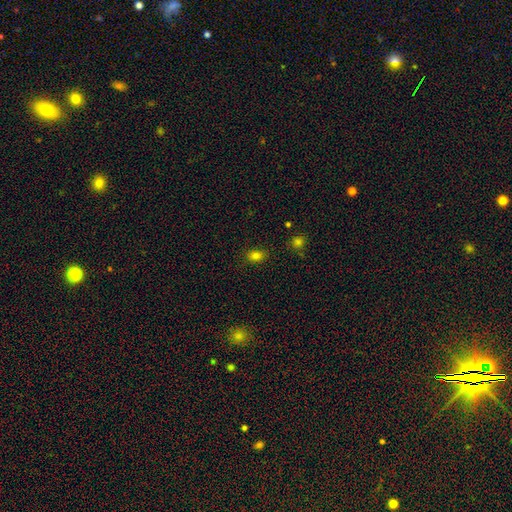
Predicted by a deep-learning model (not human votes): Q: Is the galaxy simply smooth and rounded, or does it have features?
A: smooth — 80%.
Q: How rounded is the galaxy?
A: in between — 74%.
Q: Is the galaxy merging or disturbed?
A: none — 84%.